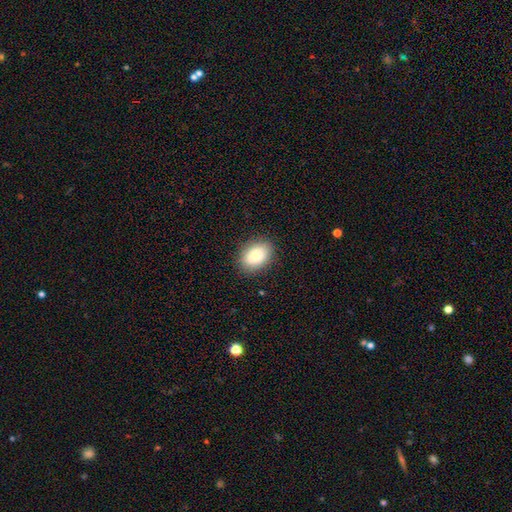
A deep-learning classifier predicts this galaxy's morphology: A smooth galaxy with no disk features (87%) that is in between round and cigar-shaped (84%).

Vote fractions:
- Smooth or featured? smooth: 87% / star or artifact: 7% / featured or disk: 6%
- How rounded? in between: 84% / round: 15% / cigar-shaped: 1%
- Merging? none: 86% / minor disturbance: 10% / major disturbance: 3% / merger: 1%